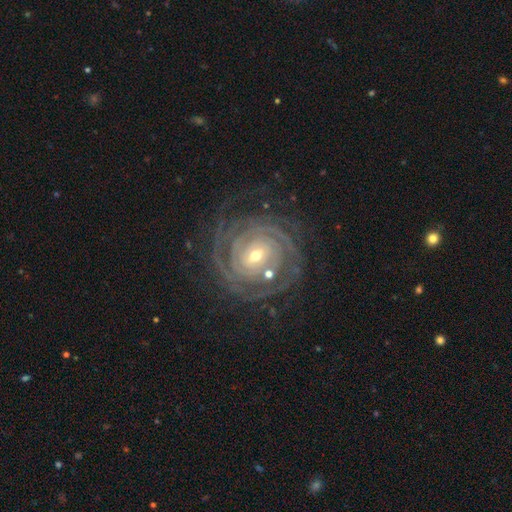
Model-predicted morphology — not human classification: The model was most divided on "spiral arm count": can't tell: 25%, 2: 24%, 3: 19%, 4: 16%, more than 4: 9%, 1: 7%. Remaining: spiral arms — yes (97%); edge-on disk — no (97%); smooth or featured — featured or disk (88%); spiral winding — tight (84%); merging — none (79%); bulge size — small (56%); bar — no (40%).